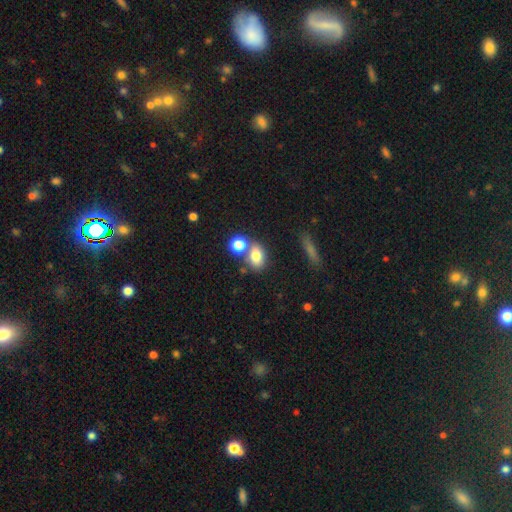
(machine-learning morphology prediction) Smooth or featured: smooth — 77% (featured or disk — 12%)
How rounded: in between — 66% (round — 31%)
Merging: none — 53% (merger — 31%)